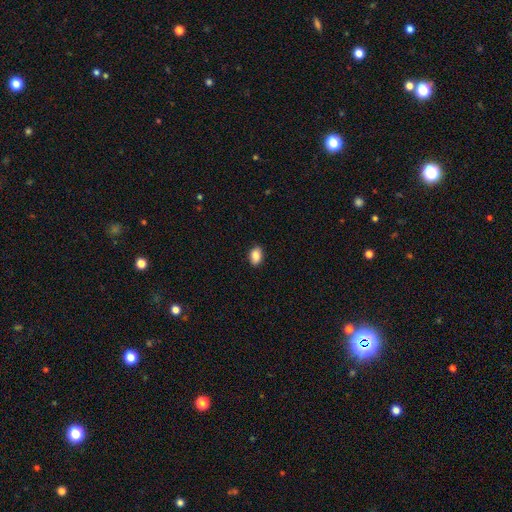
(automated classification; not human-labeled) This is clearly a smooth galaxy (88%). How rounded: clearly in between (86%). Merging: clearly none (89%).